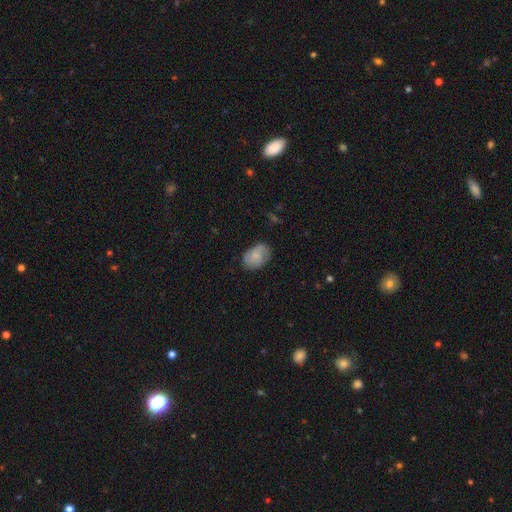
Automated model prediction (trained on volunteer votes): smooth-or-featured: smooth: 76% | featured or disk: 18% | star or artifact: 7%
  how-rounded: in between: 85% | round: 14% | cigar-shaped: 1%
  merging: none: 73% | minor disturbance: 21% | major disturbance: 5% | merger: 1%